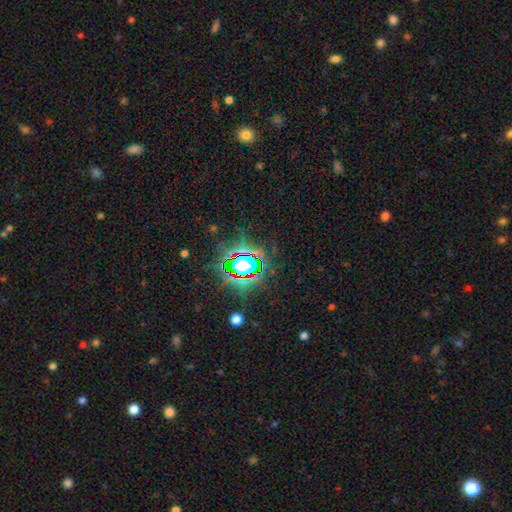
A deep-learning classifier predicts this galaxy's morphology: star or artifact 78%, smooth 12%, featured or disk 10%.